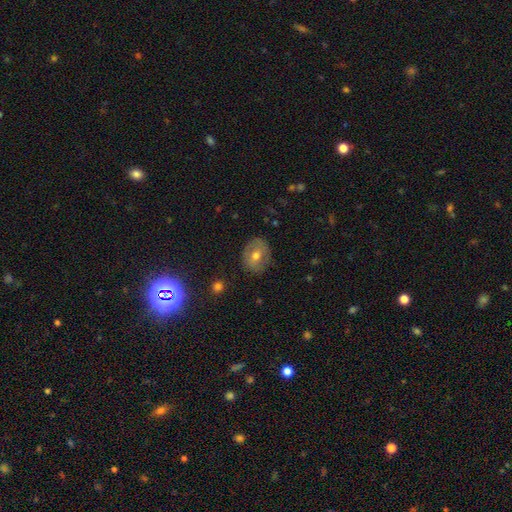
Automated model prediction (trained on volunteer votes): Smooth or featured: smooth — 54% (featured or disk — 36%)
How rounded: round — 64% (in between — 35%)
Merging: none — 80% (minor disturbance — 14%)